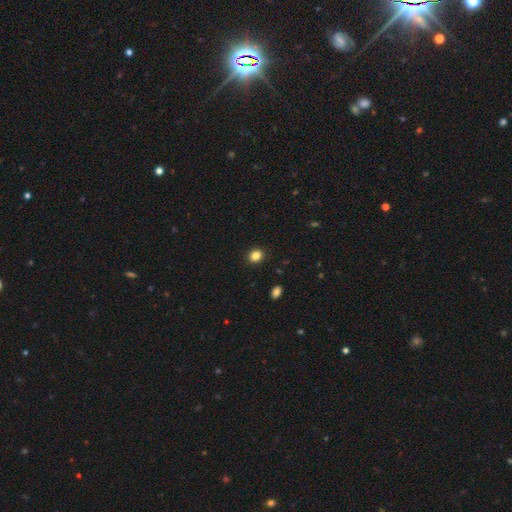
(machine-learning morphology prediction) Smooth or featured? Predicted: smooth (p=0.85). How rounded? Predicted: round (p=0.76). Merging? Predicted: none (p=0.91).